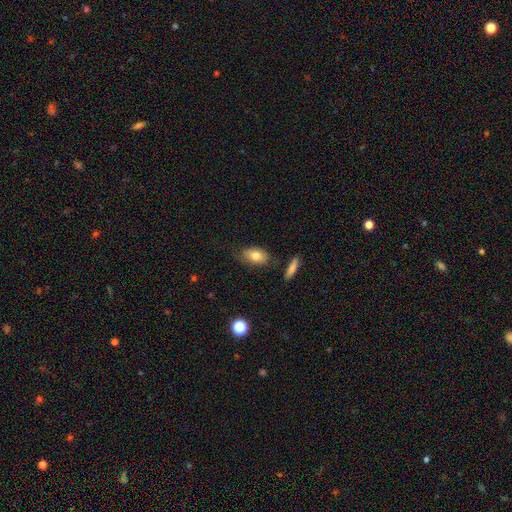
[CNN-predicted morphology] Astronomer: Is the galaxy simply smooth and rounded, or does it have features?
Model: smooth — 79%.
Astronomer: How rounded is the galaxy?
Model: in between — 89%.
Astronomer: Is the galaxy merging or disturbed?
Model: none — 67%.